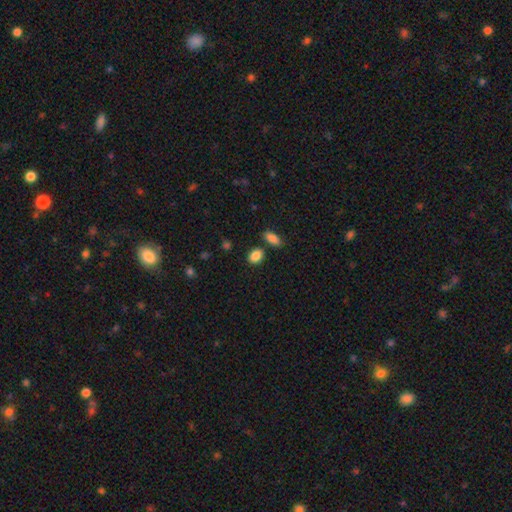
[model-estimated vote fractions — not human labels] Morphology: type=smooth (87%); roundness=in between (69%); merging=none (78%).